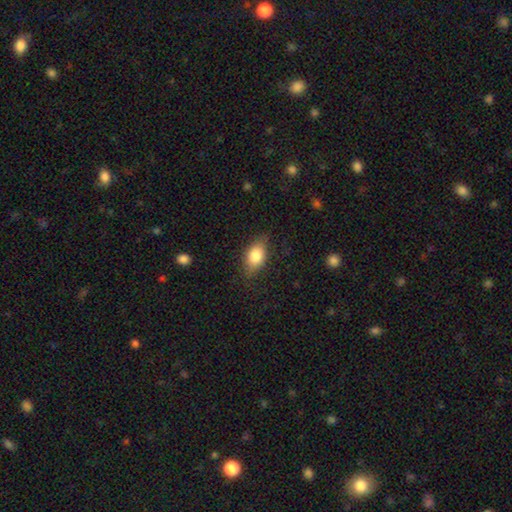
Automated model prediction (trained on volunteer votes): smooth-or-featured: smooth: 81% | featured or disk: 11% | star or artifact: 8%
  how-rounded: in between: 85% | round: 12% | cigar-shaped: 4%
  merging: none: 78% | minor disturbance: 17% | major disturbance: 4% | merger: 1%